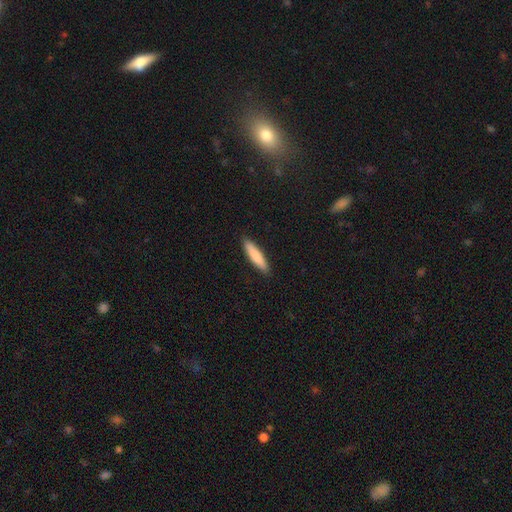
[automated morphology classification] A smooth galaxy with no disk features (82%) that is cigar-shaped (83%). Merging: none (90%).